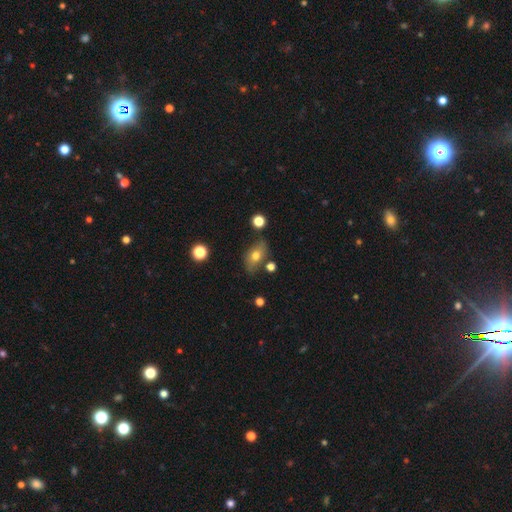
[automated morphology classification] smooth-or-featured: smooth: 70% | featured or disk: 21% | star or artifact: 10%
  how-rounded: in between: 85% | round: 12% | cigar-shaped: 3%
  merging: none: 72% | minor disturbance: 17% | merger: 6% | major disturbance: 5%